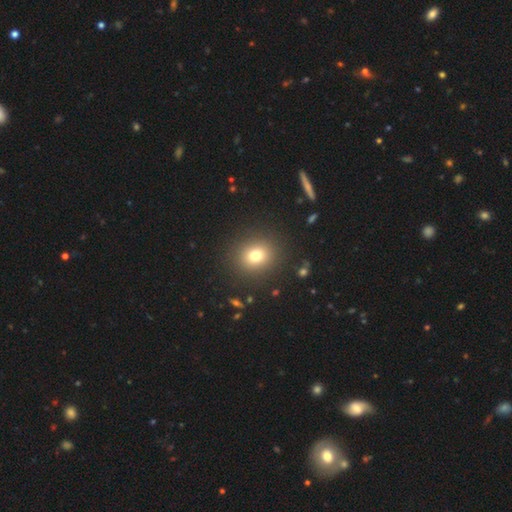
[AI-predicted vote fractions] This appears to be a smooth galaxy with no disk features (76%) that is round (79%). Merging: none (89%).